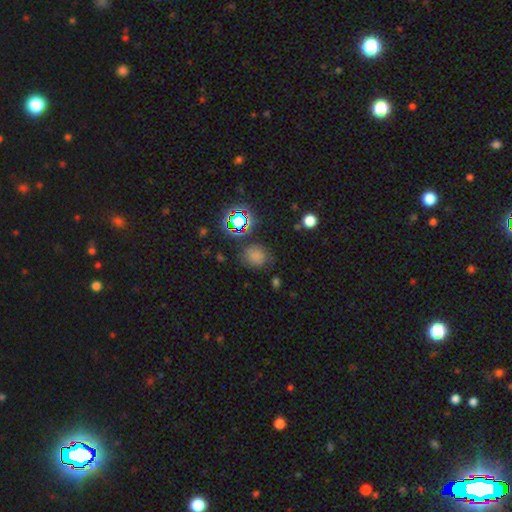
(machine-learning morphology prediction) A smooth galaxy with no disk features (66%) that is round (69%). Merging: none (69%).